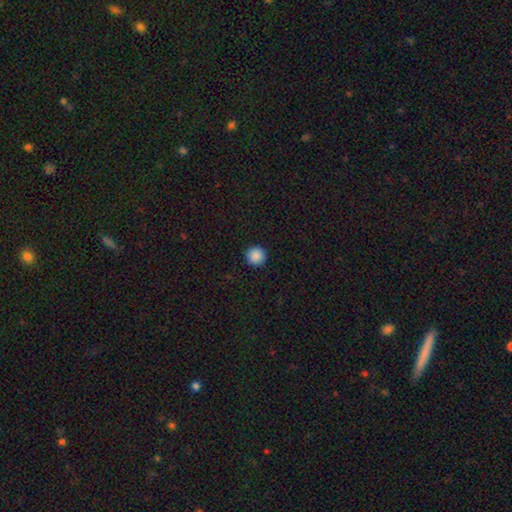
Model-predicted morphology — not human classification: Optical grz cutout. It shows a smooth galaxy with no disk features (88%) that is round (96%). Merging: none (93%).